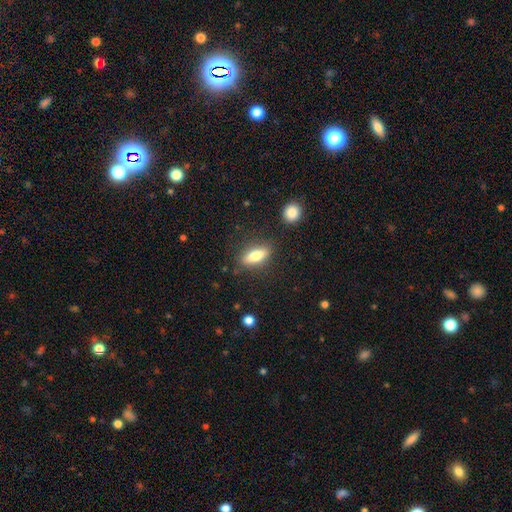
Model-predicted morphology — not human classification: This appears to be a smooth galaxy with no disk features (72%) that is in between round and cigar-shaped (69%). Merging: none (82%).